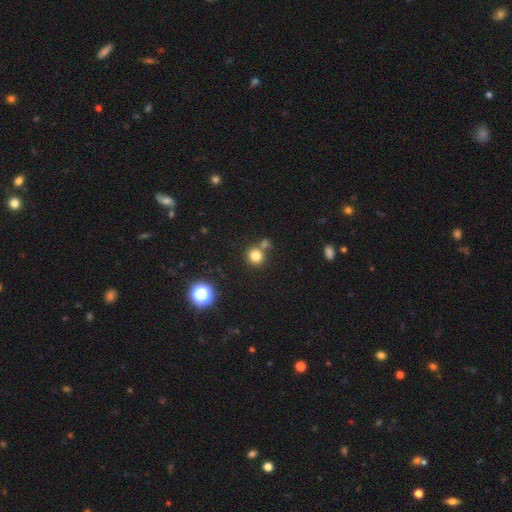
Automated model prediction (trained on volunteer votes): A smooth galaxy with no disk features (79%) that is round (90%). Merging: none (70%).